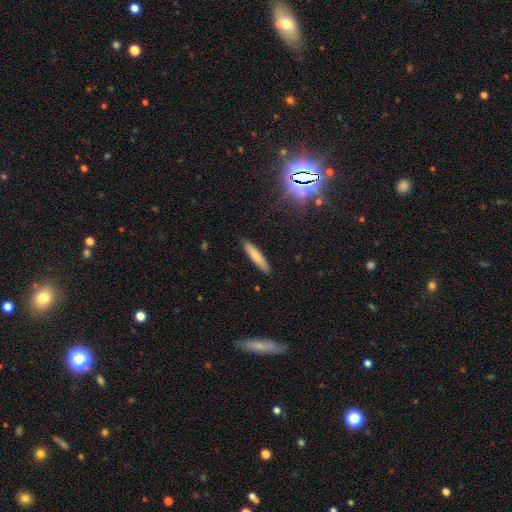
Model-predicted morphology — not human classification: Smooth or featured?
  - smooth: 78% *
  - featured or disk: 16%
  - star or artifact: 7%
How rounded?
  - cigar-shaped: 87% *
  - in between: 12%
  - round: 1%
Merging?
  - none: 90% *
  - minor disturbance: 7%
  - major disturbance: 2%
  - merger: 1%